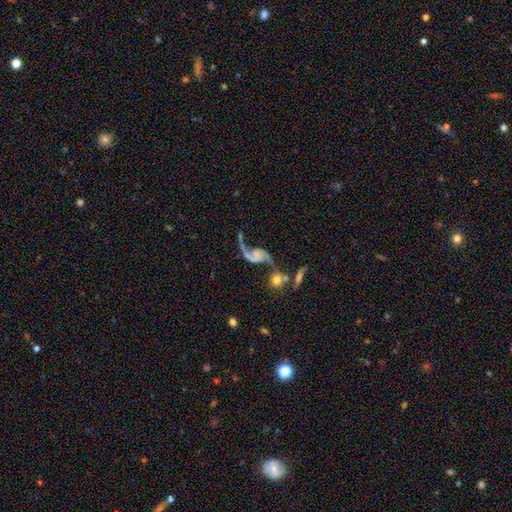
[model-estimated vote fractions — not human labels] smooth-or-featured: featured or disk: 87% | smooth: 7% | star or artifact: 6%
  disk-edge-on: no: 97% | yes: 3%
    bar: no: 62% | weak: 28% | strong: 10%
    has-spiral-arms: yes: 95% | no: 5%
      spiral-winding: loose: 84% | medium: 13% | tight: 3%
      spiral-arm-count: 2: 90% | 1: 6% | can't tell: 1% | 3: 1% | 4: 1% | more than 4: 1%
    bulge-size: none: 57% | small: 23% | moderate: 12% | large: 6% | dominant: 3%
  merging: none: 47% | merger: 20% | minor disturbance: 16% | major disturbance: 16%